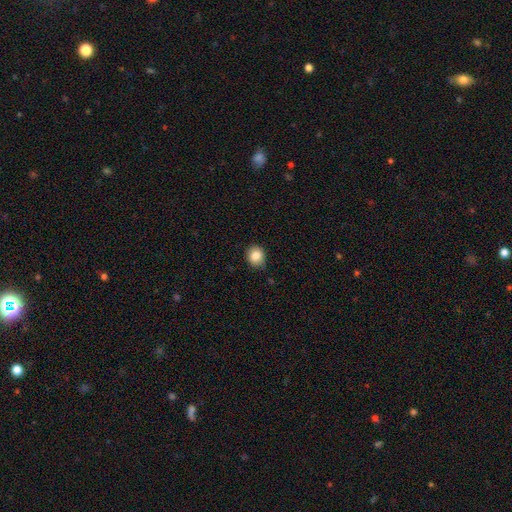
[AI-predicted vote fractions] smooth 85%, star or artifact 9%, featured or disk 6%. Down the decision tree: how rounded — round (77%); merging — none (82%).